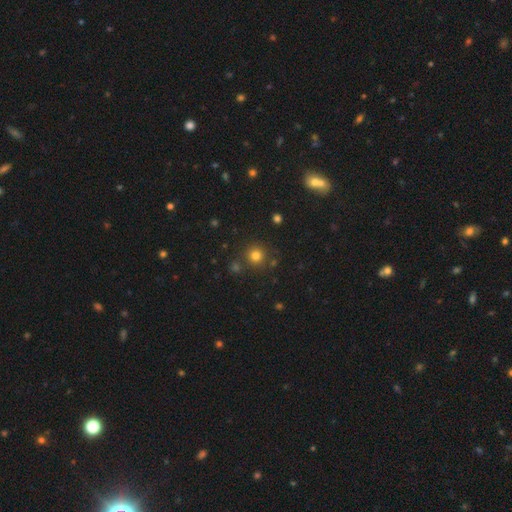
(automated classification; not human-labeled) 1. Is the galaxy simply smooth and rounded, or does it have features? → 78% smooth, 16% star or artifact, 6% featured or disk.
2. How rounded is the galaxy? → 94% round, 5% in between, 1% cigar-shaped.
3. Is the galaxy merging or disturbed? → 82% none, 8% minor disturbance, 7% merger, 3% major disturbance.